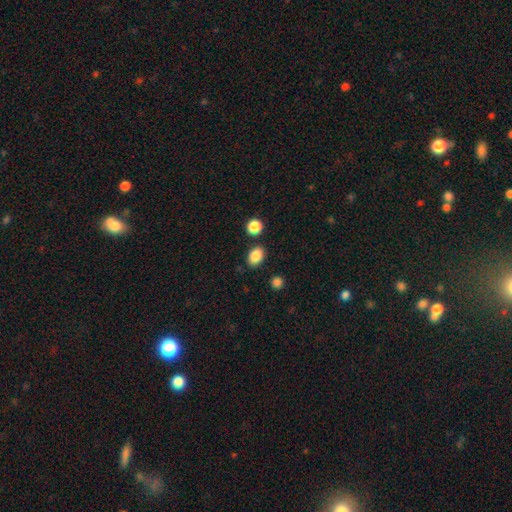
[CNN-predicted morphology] A smooth galaxy with no disk features (87%) that is in between round and cigar-shaped (76%).

Vote fractions:
- Smooth or featured? smooth: 87% / star or artifact: 9% / featured or disk: 4%
- How rounded? in between: 76% / round: 23% / cigar-shaped: 1%
- Merging? none: 83% / minor disturbance: 10% / merger: 5% / major disturbance: 3%